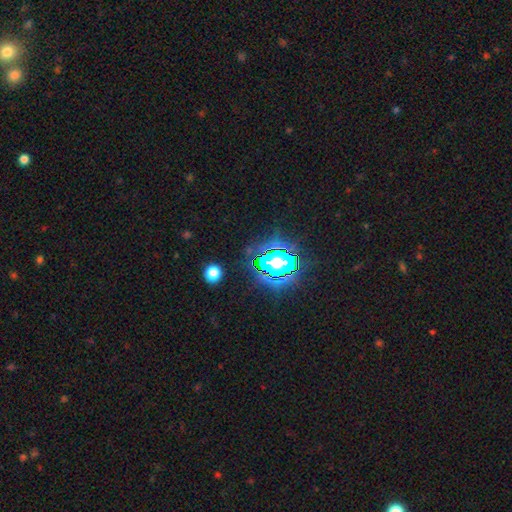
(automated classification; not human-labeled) smooth-or-featured: star or artifact: 80% | smooth: 12% | featured or disk: 7%